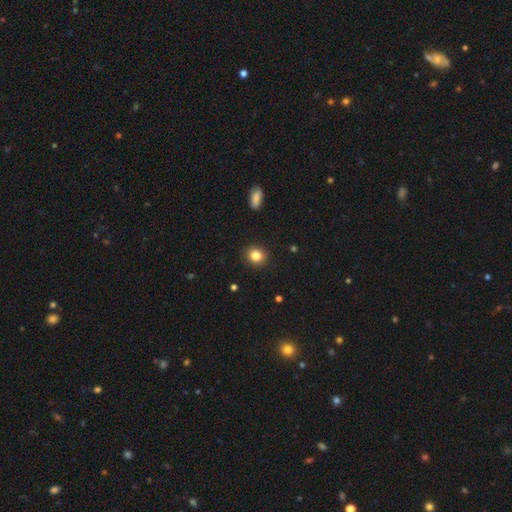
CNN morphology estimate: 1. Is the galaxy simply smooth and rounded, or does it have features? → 83% smooth, 11% star or artifact, 6% featured or disk.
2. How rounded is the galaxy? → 85% round, 14% in between, 1% cigar-shaped.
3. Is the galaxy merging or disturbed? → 91% none, 6% minor disturbance, 2% major disturbance, 1% merger.